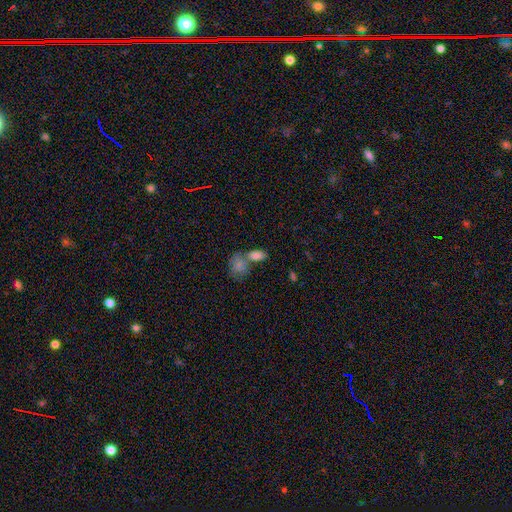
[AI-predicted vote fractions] smooth-or-featured: smooth: 83% | featured or disk: 9% | star or artifact: 8%
  how-rounded: in between: 87% | round: 10% | cigar-shaped: 3%
  merging: merger: 43% | none: 40% | minor disturbance: 11% | major disturbance: 5%